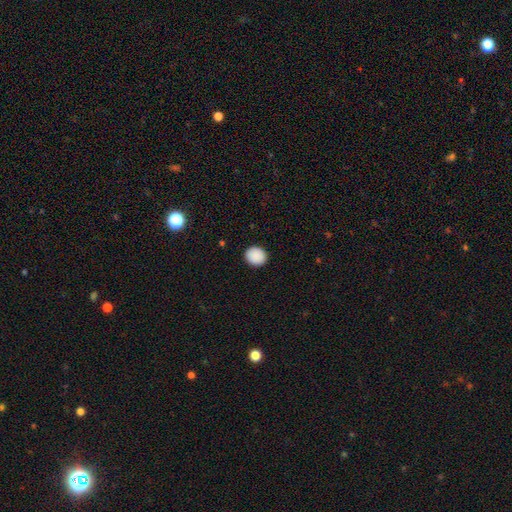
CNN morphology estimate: The model was most divided on "how rounded": round: 78%, in between: 21%, cigar-shaped: 1%. More confident: merging — none (91%); smooth or featured — smooth (90%).